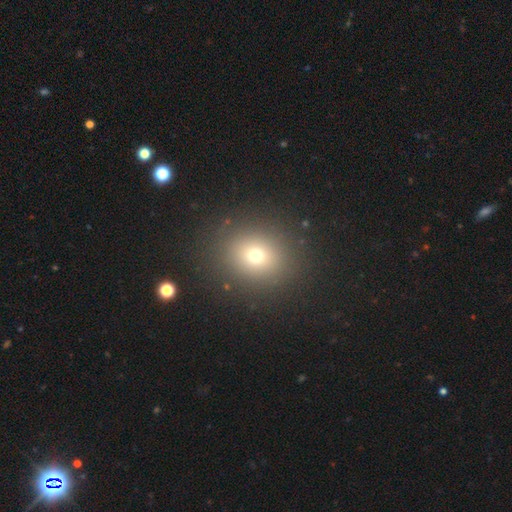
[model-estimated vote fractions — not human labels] Smooth or featured: smooth — 70% (star or artifact — 19%)
How rounded: round — 78% (in between — 21%)
Merging: none — 87% (minor disturbance — 7%)